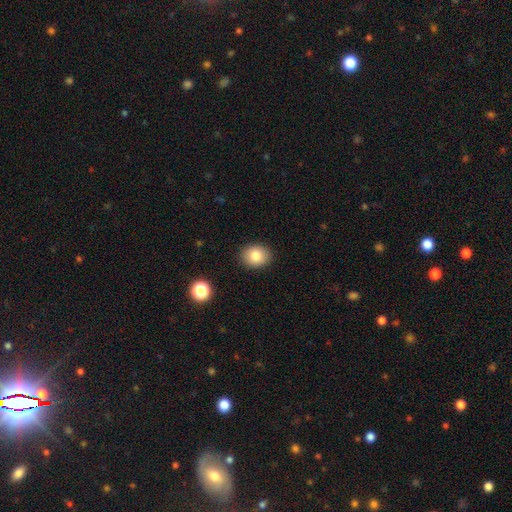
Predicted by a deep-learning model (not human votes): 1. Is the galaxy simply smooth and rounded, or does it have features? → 82% smooth, 10% star or artifact, 8% featured or disk.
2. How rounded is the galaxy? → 53% round, 46% in between, 1% cigar-shaped.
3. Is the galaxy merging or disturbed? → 90% none, 7% minor disturbance, 2% major disturbance, 1% merger.